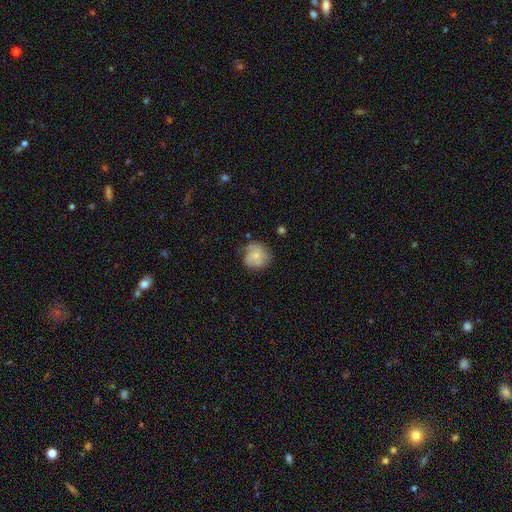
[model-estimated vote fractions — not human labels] A smooth galaxy with no disk features (60%) that is round (83%).

Vote fractions:
- Smooth or featured? smooth: 60% / featured or disk: 32% / star or artifact: 8%
- How rounded? round: 83% / in between: 16% / cigar-shaped: 1%
- Merging? none: 61% / minor disturbance: 26% / major disturbance: 10% / merger: 3%